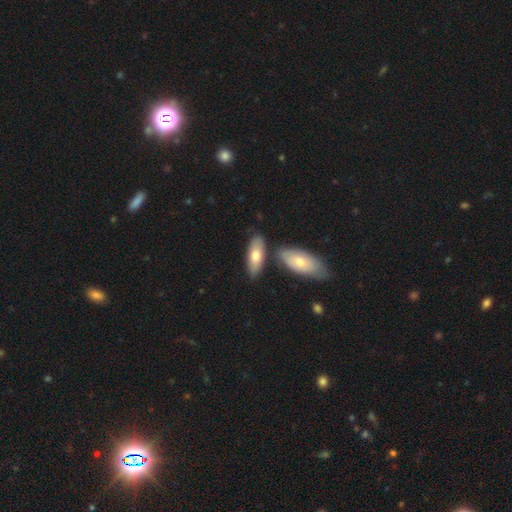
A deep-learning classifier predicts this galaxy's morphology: Smooth or featured?
  - smooth: 71% *
  - featured or disk: 24%
  - star or artifact: 5%
How rounded?
  - in between: 77% *
  - cigar-shaped: 21%
  - round: 2%
Merging?
  - none: 67% *
  - merger: 16%
  - minor disturbance: 13%
  - major disturbance: 3%